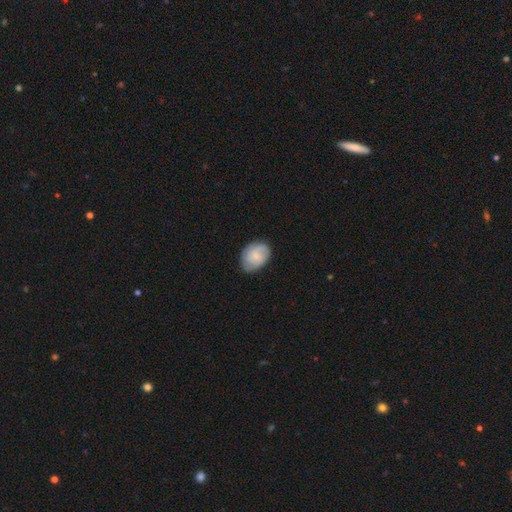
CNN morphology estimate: This appears to be a smooth galaxy with no disk features (61%) that is in between round and cigar-shaped (75%). Merging: none (71%).